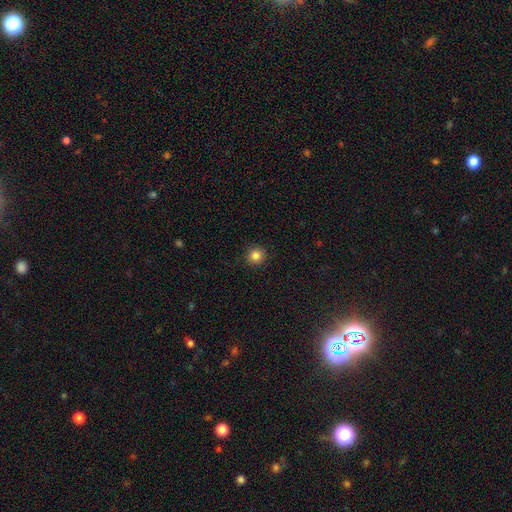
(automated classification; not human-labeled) A smooth galaxy with no disk features (84%) that is round (94%).

Vote fractions:
- Smooth or featured? smooth: 84% / star or artifact: 11% / featured or disk: 4%
- How rounded? round: 94% / in between: 5% / cigar-shaped: 1%
- Merging? none: 92% / minor disturbance: 6% / major disturbance: 2% / merger: 1%